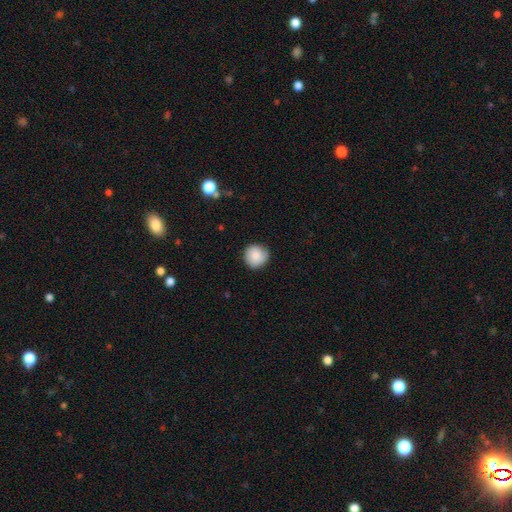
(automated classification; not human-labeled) smooth 85%, featured or disk 8%, star or artifact 7%. Down the decision tree: how rounded — round (93%); merging — none (82%).